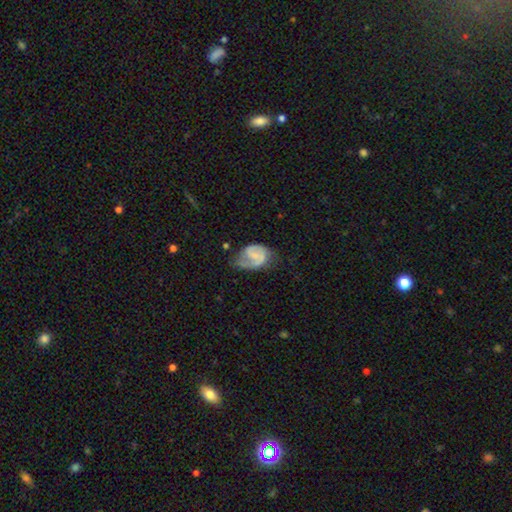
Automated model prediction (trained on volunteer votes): This is likely a featured or disk galaxy (71%). It is clearly not viewed edge-on (98%). Bar: possibly weak (47%). Spiral arm pattern: clearly yes (90%). Spiral arm count: likely 2 (67%). Spiral winding: possibly medium (46%). Central bulge: possibly none (46%). Merging: marginally none (45%).